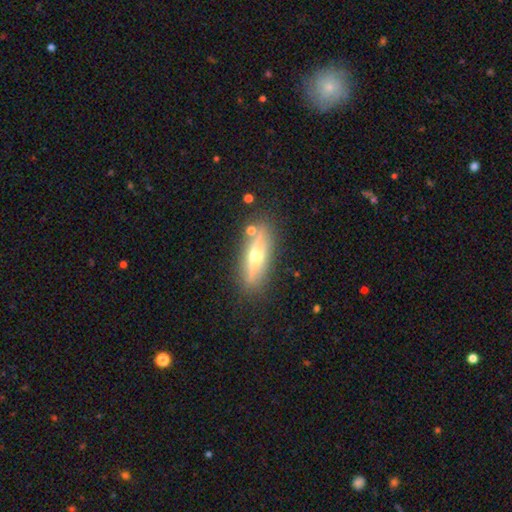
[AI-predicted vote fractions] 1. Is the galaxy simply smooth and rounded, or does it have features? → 65% featured or disk, 27% smooth, 7% star or artifact.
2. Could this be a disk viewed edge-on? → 89% yes, 11% no.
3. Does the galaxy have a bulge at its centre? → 95% rounded, 3% none, 2% boxy.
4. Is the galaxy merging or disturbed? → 83% none, 10% minor disturbance, 4% merger, 3% major disturbance.